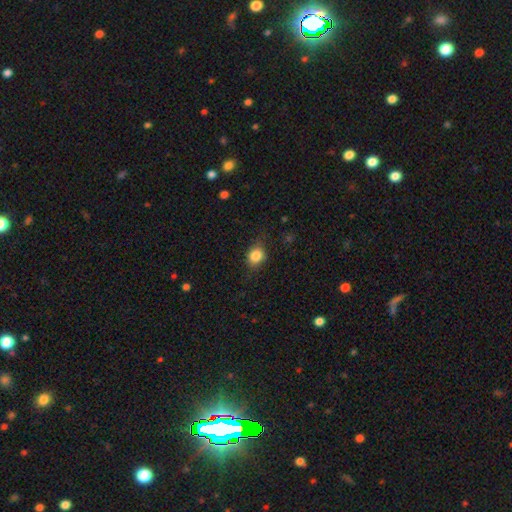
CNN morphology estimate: A smooth galaxy with no disk features (82%) that is round (52%). Merging: none (74%).